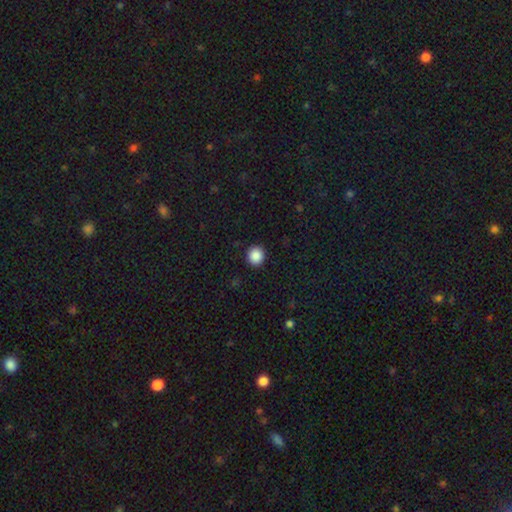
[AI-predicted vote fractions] This appears to be a smooth galaxy with no disk features (88%) that is round (89%). Merging: none (92%).